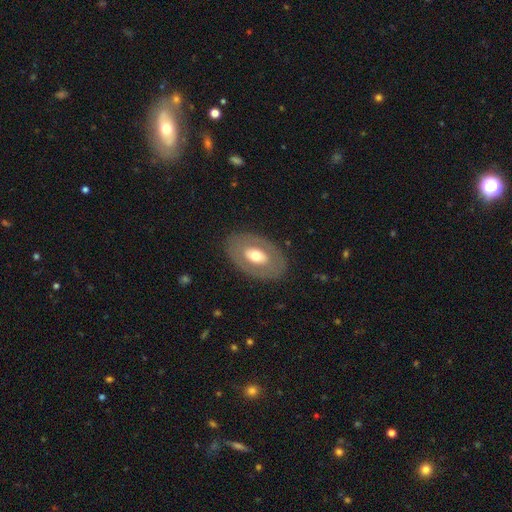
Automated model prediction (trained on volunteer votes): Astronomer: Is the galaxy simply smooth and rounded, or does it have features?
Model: smooth — 47%, tied with featured or disk at 47%.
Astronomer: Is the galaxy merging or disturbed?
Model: none — 83%.